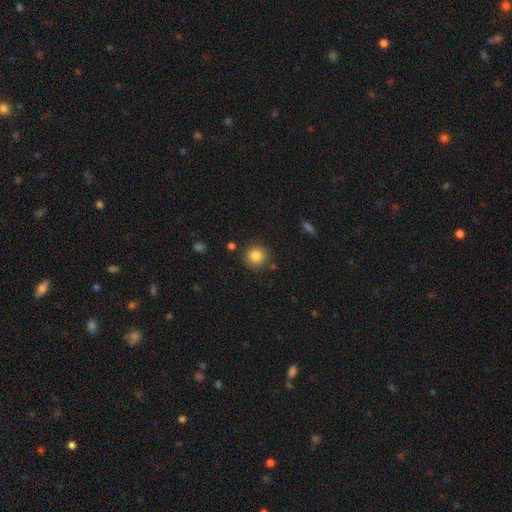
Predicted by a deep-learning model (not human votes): Smooth or featured? smooth (84%)
How rounded? round (92%)
Merging? none (86%)